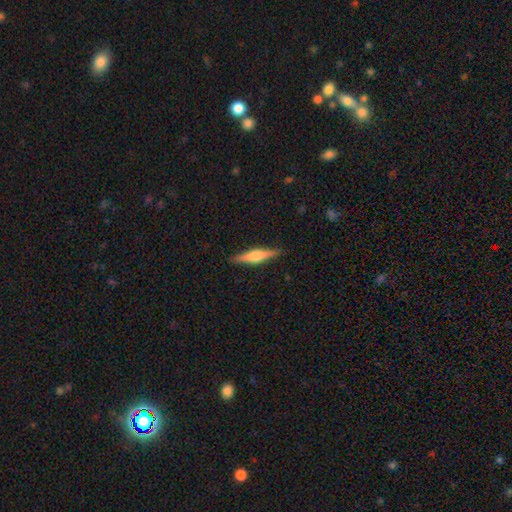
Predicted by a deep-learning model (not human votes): A featured or disk galaxy (57%) viewed edge-on (97%) with a rounded central bulge (82%).

Vote fractions:
- Smooth or featured? featured or disk: 57% / smooth: 36% / star or artifact: 6%
- Edge-on disk? yes: 97% / no: 3%
- Edge-on bulge? rounded: 82% / boxy: 13% / none: 5%
- Merging? none: 89% / minor disturbance: 8% / major disturbance: 2% / merger: 1%